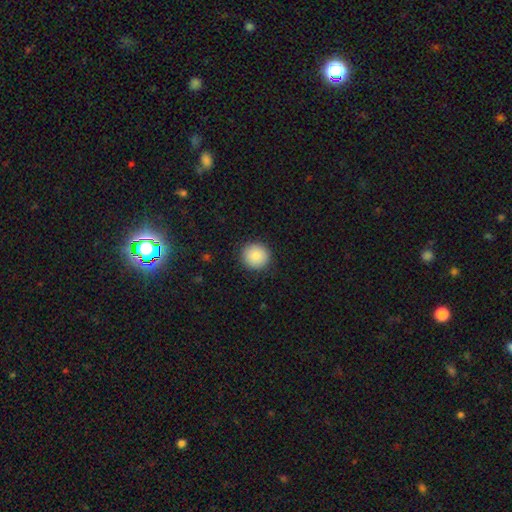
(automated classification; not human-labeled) Smooth or featured?
  - smooth: 87% *
  - star or artifact: 8%
  - featured or disk: 5%
How rounded?
  - round: 93% *
  - in between: 6%
  - cigar-shaped: 1%
Merging?
  - none: 91% *
  - minor disturbance: 6%
  - major disturbance: 2%
  - merger: 1%